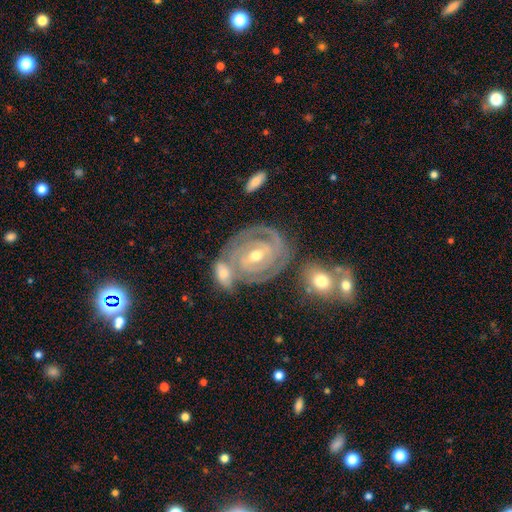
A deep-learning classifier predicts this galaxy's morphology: Overall: featured or disk (85%). Edge-on disk: no (96%). Bar: weak (41%; no 34%). Spiral arms: yes (94%). Spiral arm count: 2 (41%; can't tell 25%). Spiral winding: tight (75%). Bulge size: moderate (49%; small 47%). Merging: none (49%; merger 29%).